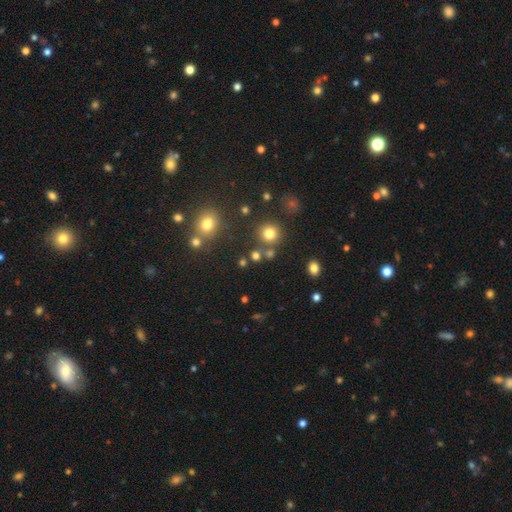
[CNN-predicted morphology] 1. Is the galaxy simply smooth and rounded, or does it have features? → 72% smooth, 21% star or artifact, 7% featured or disk.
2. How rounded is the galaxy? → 87% round, 12% in between, 1% cigar-shaped.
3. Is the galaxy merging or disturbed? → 75% none, 13% merger, 9% minor disturbance, 4% major disturbance.